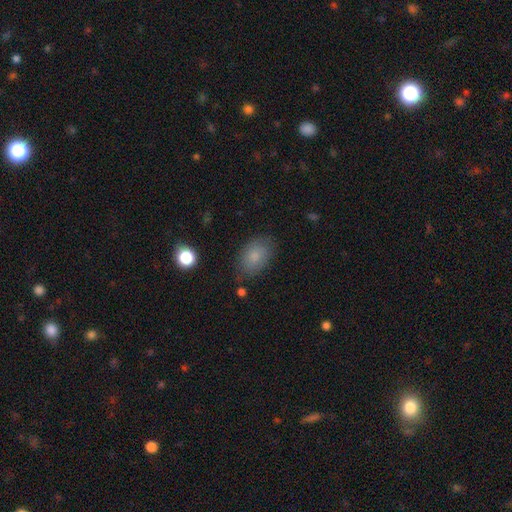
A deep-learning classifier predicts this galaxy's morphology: Smooth or featured? smooth (82%)
How rounded? in between (87%)
Merging? none (76%)